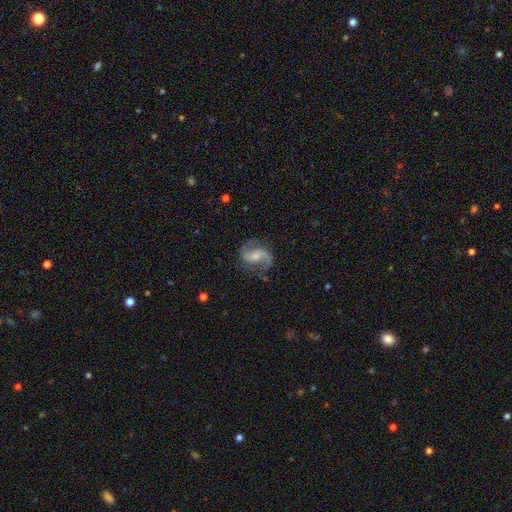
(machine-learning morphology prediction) Smooth or featured: featured or disk — 88% (smooth — 7%)
Edge-on disk: no — 98% (yes — 2%)
Bar: no — 46% (weak — 40%)
Spiral arms: yes — 97% (no — 3%)
Spiral winding: medium — 47% (loose — 42%)
Spiral arm count: 2 — 93% (can't tell — 2%)
Bulge size: small — 57% (moderate — 35%)
Merging: none — 77% (minor disturbance — 15%)